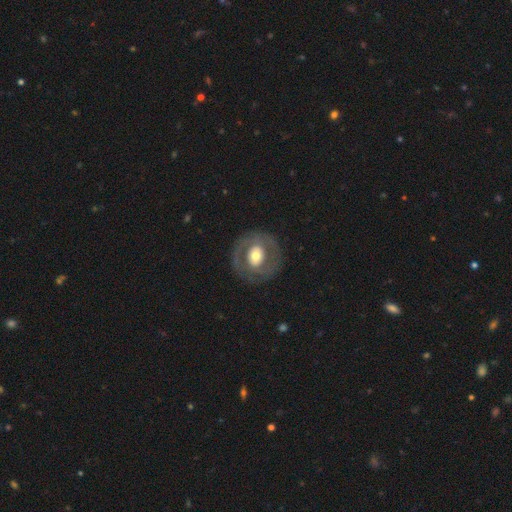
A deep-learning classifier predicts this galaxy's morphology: Overall: featured or disk (59%; smooth 35%). Edge-on disk: no (96%). Bar: no (56%; weak 29%). Spiral arms: no (57%; yes 43%). Bulge size: moderate (59%; large 25%). Merging: none (80%).